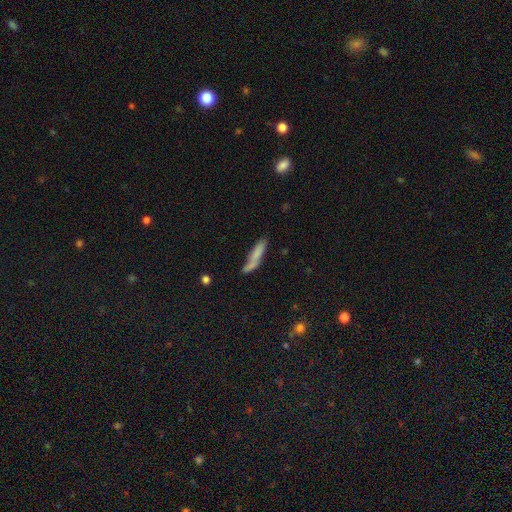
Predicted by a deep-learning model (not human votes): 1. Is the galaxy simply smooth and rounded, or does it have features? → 72% smooth, 20% featured or disk, 8% star or artifact.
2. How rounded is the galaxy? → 84% cigar-shaped, 14% in between, 2% round.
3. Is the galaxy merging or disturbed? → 57% none, 24% minor disturbance, 10% merger, 9% major disturbance.